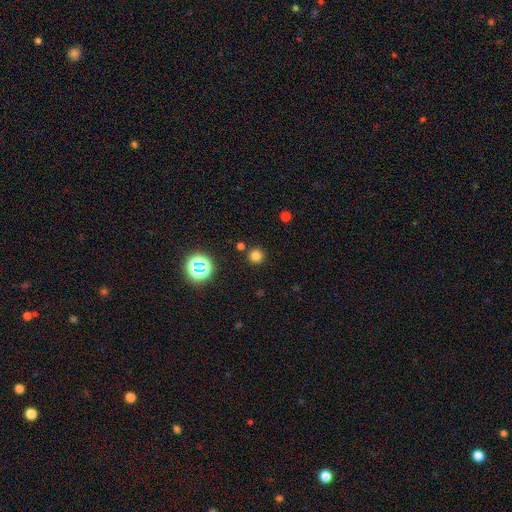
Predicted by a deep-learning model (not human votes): Smooth or featured? smooth (74%)
How rounded? round (95%)
Merging? none (87%)